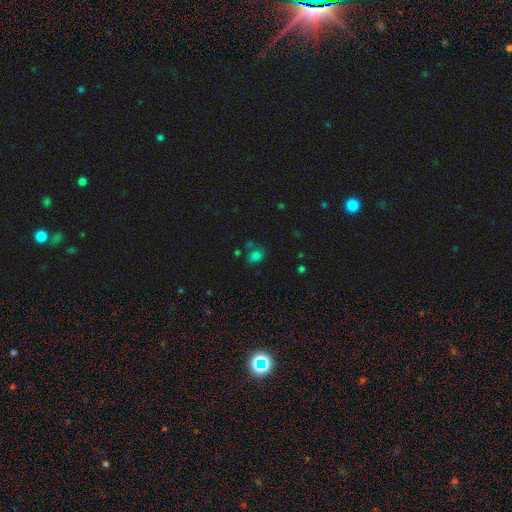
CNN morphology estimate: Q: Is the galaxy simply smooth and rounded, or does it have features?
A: smooth — 72%.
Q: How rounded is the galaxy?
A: in between — 59%.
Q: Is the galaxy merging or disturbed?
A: none — 64%.